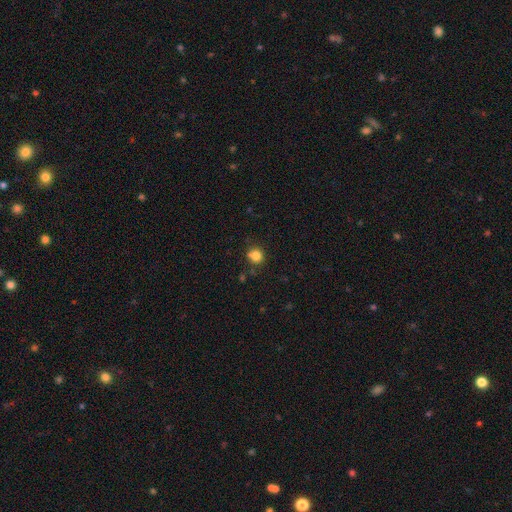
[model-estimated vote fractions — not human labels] smooth 82%, star or artifact 12%, featured or disk 6%. Down the decision tree: how rounded — round (86%); merging — none (75%).